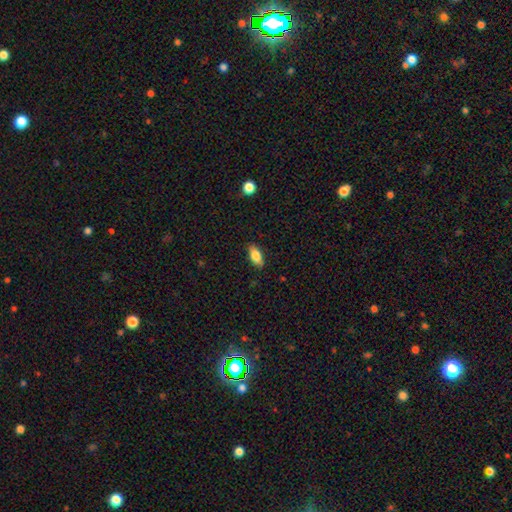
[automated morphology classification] Smooth or featured?
  - smooth: 80% *
  - featured or disk: 13%
  - star or artifact: 7%
How rounded?
  - in between: 85% *
  - cigar-shaped: 12%
  - round: 3%
Merging?
  - none: 85% *
  - minor disturbance: 11%
  - major disturbance: 2%
  - merger: 1%